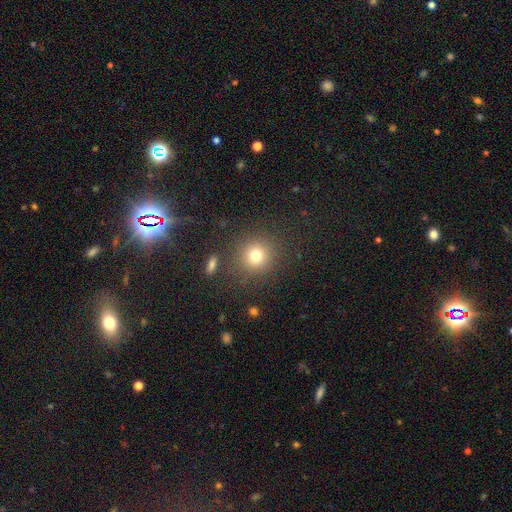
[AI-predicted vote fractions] A smooth galaxy with no disk features (76%) that is round (91%).

Vote fractions:
- Smooth or featured? smooth: 76% / star or artifact: 15% / featured or disk: 9%
- How rounded? round: 91% / in between: 8% / cigar-shaped: 1%
- Merging? none: 86% / minor disturbance: 8% / major disturbance: 4% / merger: 3%